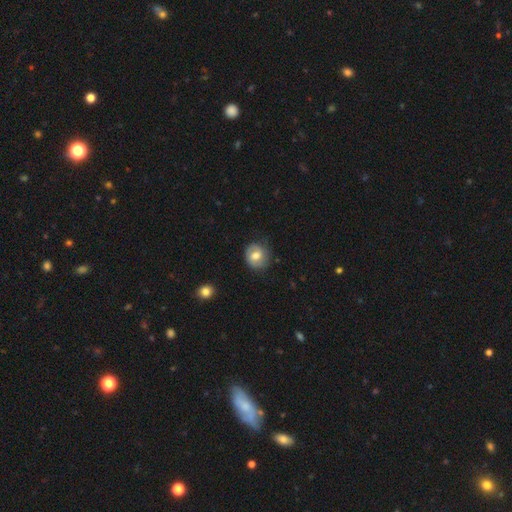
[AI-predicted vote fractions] The model was most divided on "smooth or featured": smooth: 55%, featured or disk: 38%, star or artifact: 7%. More confident: how rounded — round (77%); merging — none (74%).